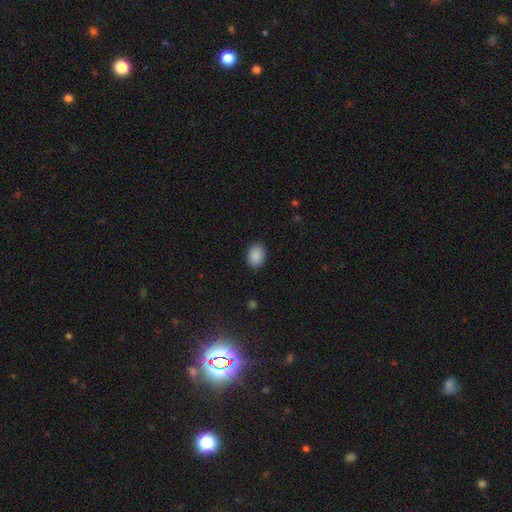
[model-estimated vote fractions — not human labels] Overall: smooth (90%). How rounded: in between (70%). Merging: none (89%).